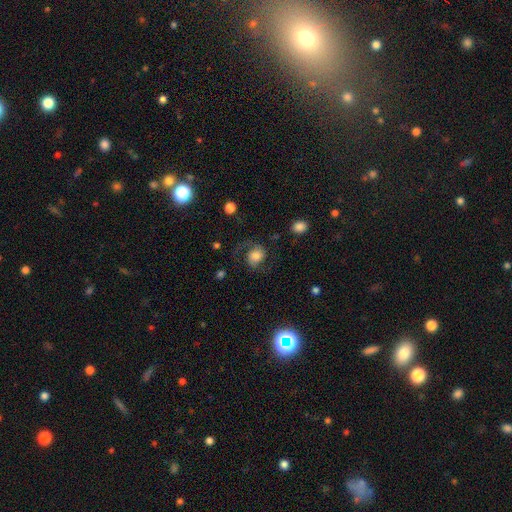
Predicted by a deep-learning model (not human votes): Q: Smooth or featured?
A: featured or disk (54%); runner-up: smooth (36%)
Q: Edge-on disk?
A: no (97%); runner-up: yes (3%)
Q: Bar?
A: no (67%); runner-up: weak (27%)
Q: Spiral arms?
A: yes (90%); runner-up: no (10%)
Q: Bulge size?
A: moderate (46%); runner-up: large (29%)
Q: Merging?
A: none (60%); runner-up: major disturbance (21%)